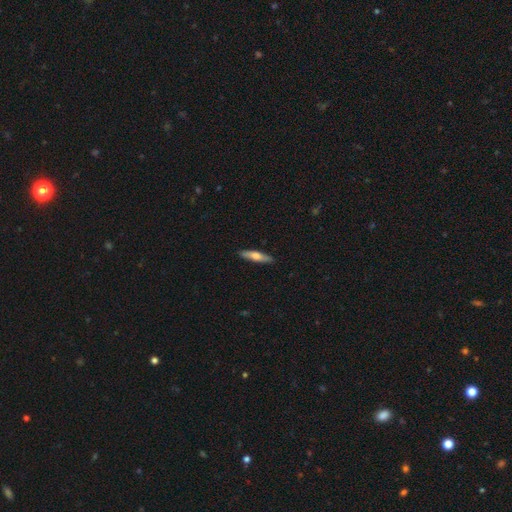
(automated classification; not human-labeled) This appears to be a smooth galaxy with no disk features (59%) that is cigar-shaped (81%). Merging: none (89%).